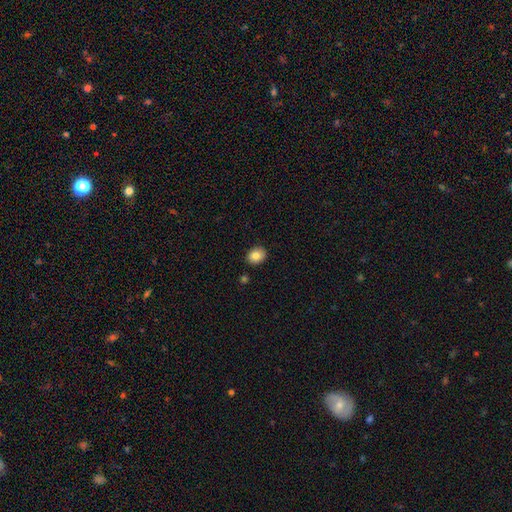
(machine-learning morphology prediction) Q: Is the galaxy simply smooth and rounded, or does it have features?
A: smooth — 84%.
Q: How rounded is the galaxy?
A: round — 51%.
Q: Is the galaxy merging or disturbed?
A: none — 88%.